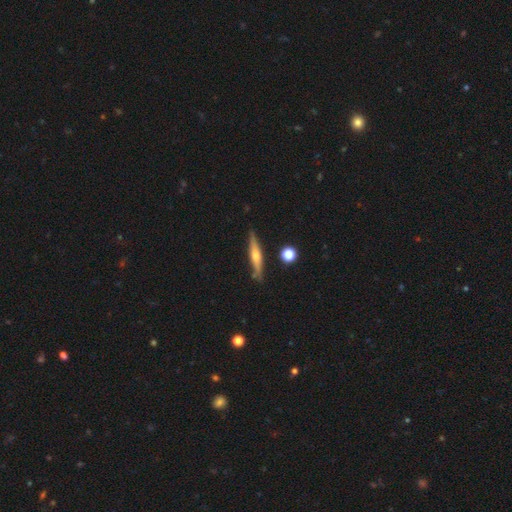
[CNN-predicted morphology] featured or disk 55%, smooth 38%, star or artifact 7%. Down the decision tree: edge-on disk — yes (94%); edge-on bulge — rounded (81%); merging — none (82%).